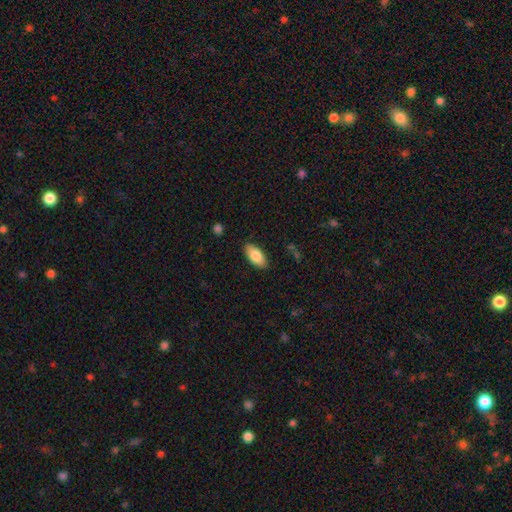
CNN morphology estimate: Overall: smooth (82%). How rounded: in between (90%). Merging: none (86%).